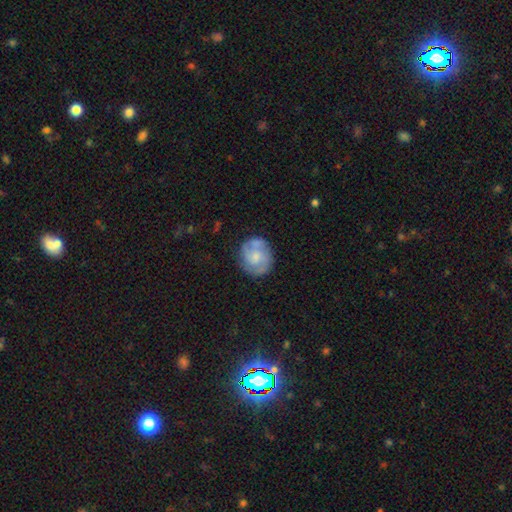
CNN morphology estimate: Smooth or featured?
  - featured or disk: 55% *
  - smooth: 39%
  - star or artifact: 6%
Edge-on disk?
  - no: 98% *
  - yes: 2%
Bar?
  - no: 74% *
  - weak: 23%
  - strong: 3%
Spiral arms?
  - yes: 76% *
  - no: 24%
Bulge size?
  - small: 43% *
  - moderate: 42%
  - none: 9%
  - large: 5%
  - dominant: 1%
Merging?
  - none: 72% *
  - minor disturbance: 18%
  - major disturbance: 6%
  - merger: 3%